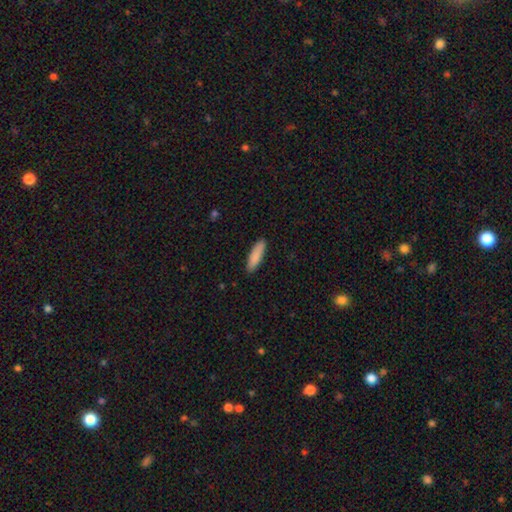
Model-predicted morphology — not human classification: smooth 87%, featured or disk 7%, star or artifact 6%. Down the decision tree: how rounded — cigar-shaped (64%); merging — none (88%).